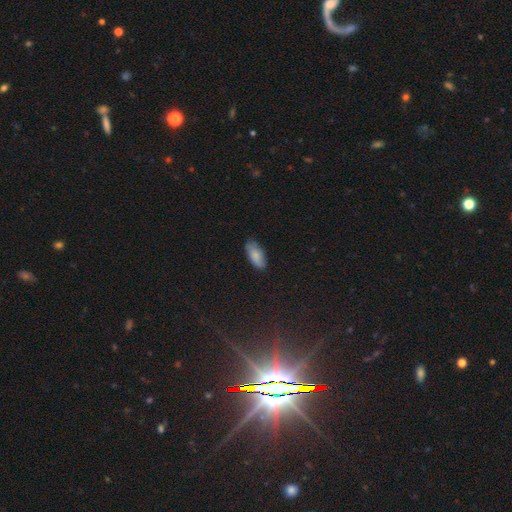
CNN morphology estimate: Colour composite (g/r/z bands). It shows a smooth galaxy with no disk features (82%) that is in between round and cigar-shaped (86%). Merging: none (81%).